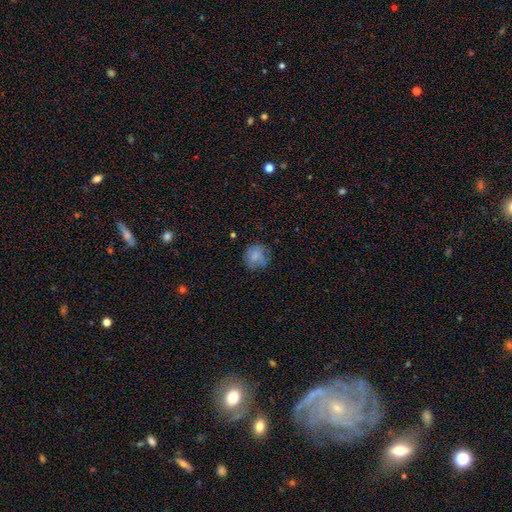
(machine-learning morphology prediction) Smooth or featured? smooth (73%)
How rounded? round (82%)
Merging? none (69%)